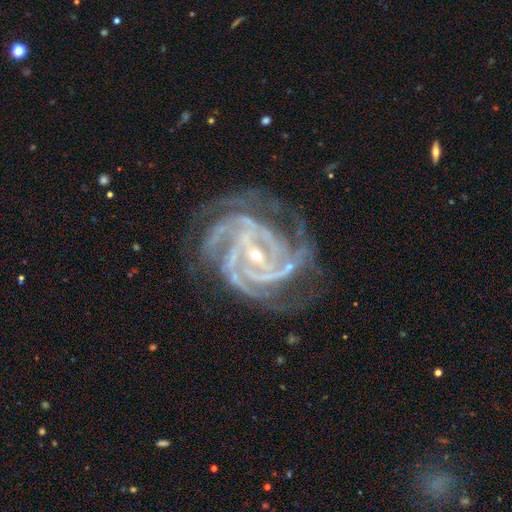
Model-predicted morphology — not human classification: Q: Smooth or featured?
A: featured or disk (93%); runner-up: star or artifact (5%)
Q: Edge-on disk?
A: no (98%); runner-up: yes (2%)
Q: Bar?
A: strong (47%); runner-up: weak (32%)
Q: Spiral arms?
A: yes (99%); runner-up: no (1%)
Q: Spiral winding?
A: tight (57%); runner-up: medium (38%)
Q: Spiral arm count?
A: 4 (38%); runner-up: 3 (28%)
Q: Bulge size?
A: small (84%); runner-up: moderate (13%)
Q: Merging?
A: none (62%); runner-up: minor disturbance (21%)